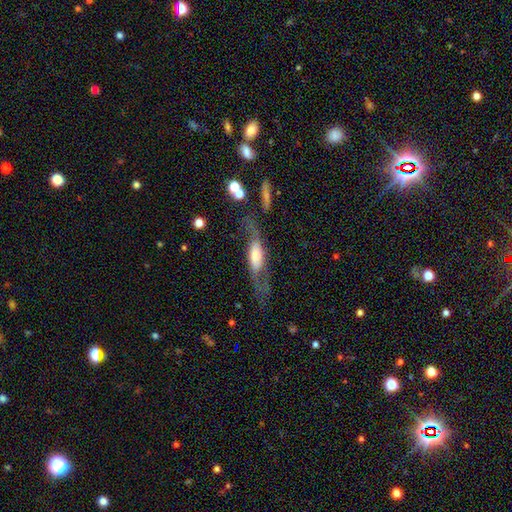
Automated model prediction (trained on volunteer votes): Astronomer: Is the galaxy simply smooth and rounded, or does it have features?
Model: featured or disk — 59%.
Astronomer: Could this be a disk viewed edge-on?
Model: no — 61% (runner-up: yes, 39%).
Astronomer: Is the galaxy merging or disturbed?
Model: none — 51%.